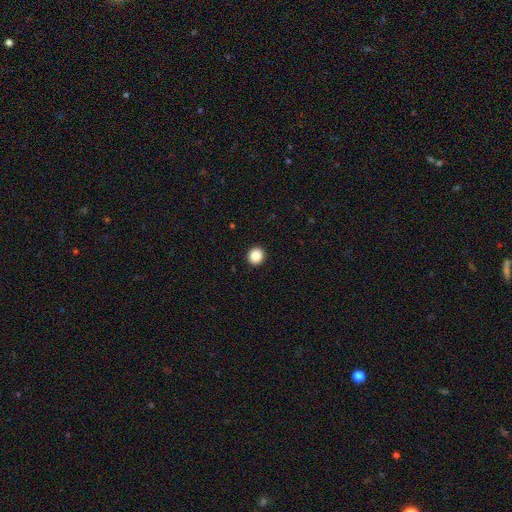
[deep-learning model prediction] Q: Smooth or featured?
A: smooth (88%); runner-up: star or artifact (9%)
Q: How rounded?
A: round (90%); runner-up: in between (9%)
Q: Merging?
A: none (94%); runner-up: minor disturbance (4%)